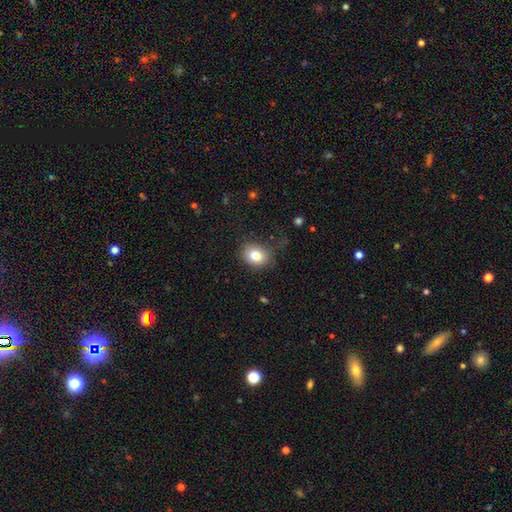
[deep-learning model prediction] smooth 81%, star or artifact 10%, featured or disk 9%. Down the decision tree: how rounded — round (55%); merging — none (69%).